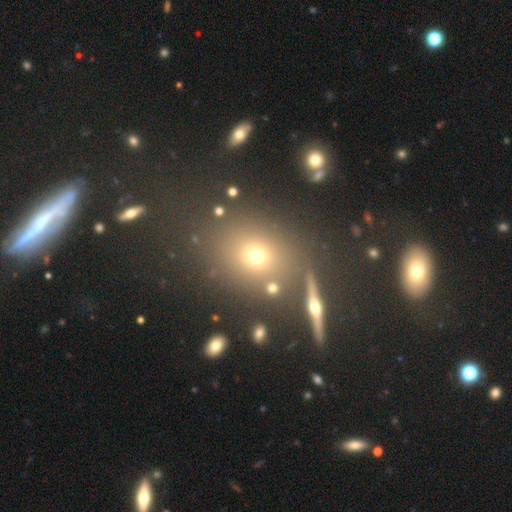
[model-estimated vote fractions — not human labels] smooth_or_featured: smooth (p=0.61) [alt: star or artifact p=0.22]
how_rounded: round (p=0.62) [alt: in between p=0.36]
merging: none (p=0.78) [alt: minor disturbance p=0.11]